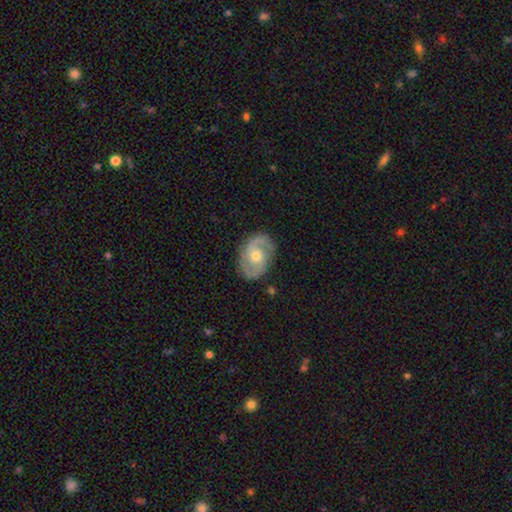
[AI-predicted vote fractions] Overall: featured or disk (83%). Edge-on disk: no (97%). Bar: no (64%; weak 30%). Spiral arms: yes (94%). Spiral arm count: 2 (88%). Spiral winding: medium (51%; tight 33%). Bulge size: moderate (58%; small 37%). Merging: none (81%).